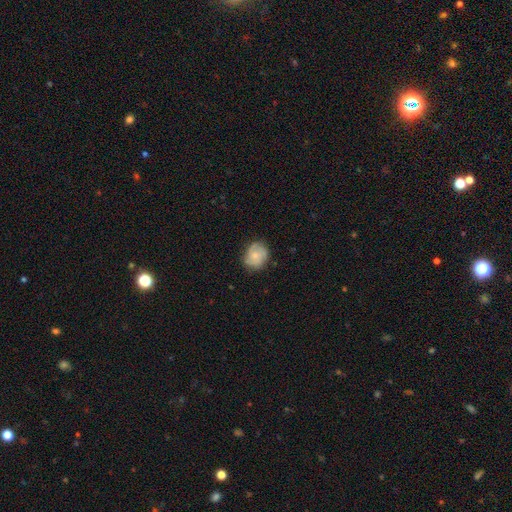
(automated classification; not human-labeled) Smooth or featured: smooth — 55% (featured or disk — 38%)
How rounded: round — 66% (in between — 33%)
Merging: none — 71% (minor disturbance — 23%)